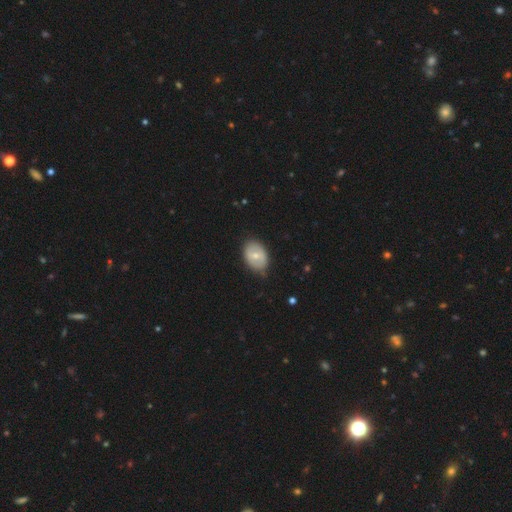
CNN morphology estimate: Smooth or featured? smooth (56%)
How rounded? in between (77%)
Merging? none (77%)